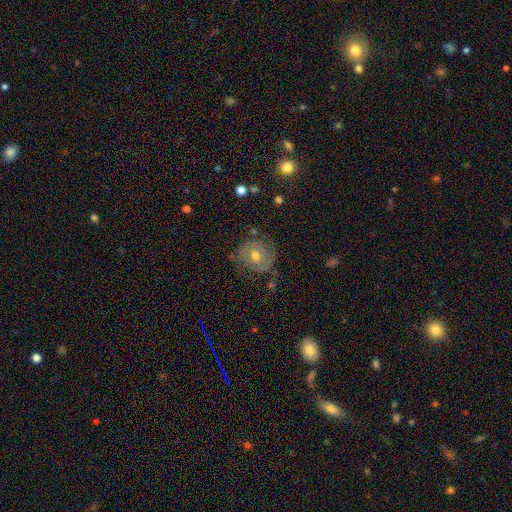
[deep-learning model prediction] Q: Smooth or featured?
A: featured or disk (53%); runner-up: smooth (36%)
Q: Edge-on disk?
A: no (96%); runner-up: yes (4%)
Q: Bar?
A: no (77%); runner-up: weak (19%)
Q: Spiral arms?
A: yes (63%); runner-up: no (37%)
Q: Bulge size?
A: moderate (74%); runner-up: small (19%)
Q: Merging?
A: none (75%); runner-up: minor disturbance (17%)